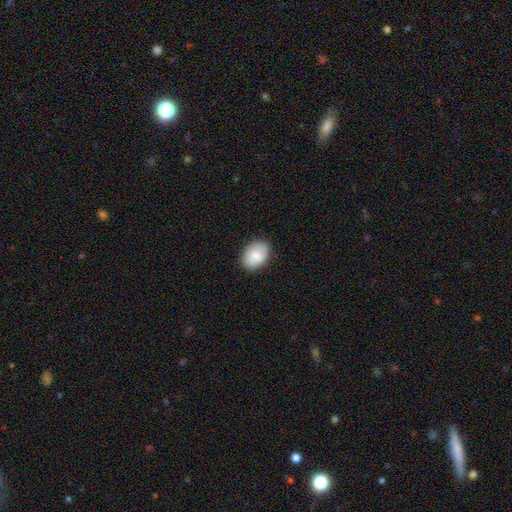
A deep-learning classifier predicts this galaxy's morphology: Smooth or featured: smooth — 84% (featured or disk — 10%)
How rounded: in between — 76% (round — 23%)
Merging: none — 85% (minor disturbance — 12%)